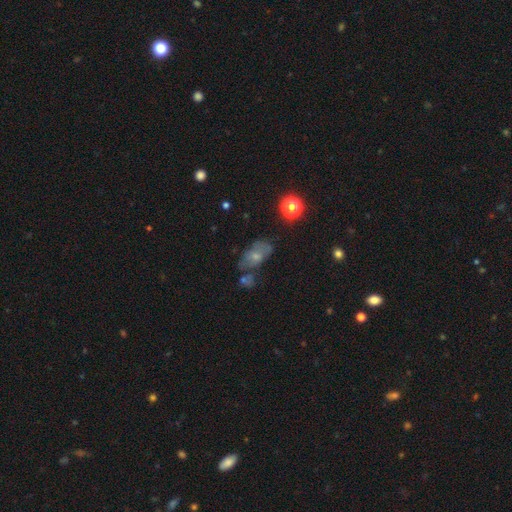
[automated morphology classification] type=smooth (52%); roundness=in between (85%); merging=none (46%).